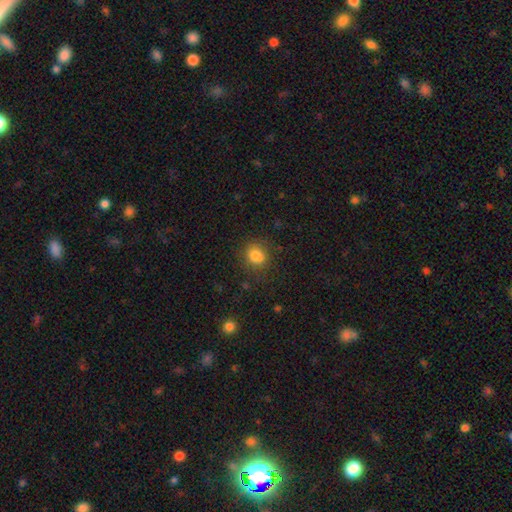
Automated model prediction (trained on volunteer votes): Q: Smooth or featured?
A: smooth (81%); runner-up: star or artifact (12%)
Q: How rounded?
A: round (58%); runner-up: in between (41%)
Q: Merging?
A: none (71%); runner-up: minor disturbance (17%)